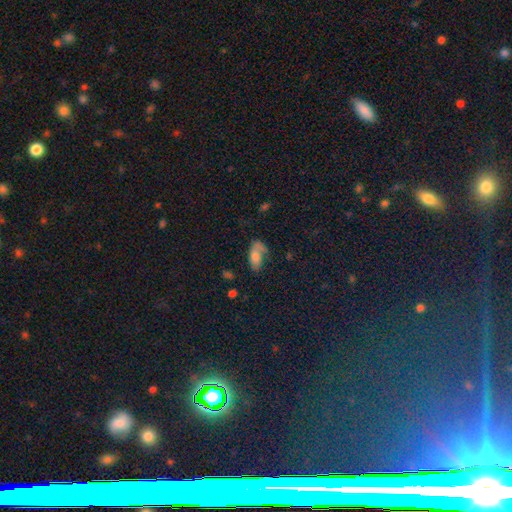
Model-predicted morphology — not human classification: smooth_or_featured: smooth (p=0.65) [alt: featured or disk p=0.25]
how_rounded: in between (p=0.88) [alt: cigar-shaped p=0.08]
merging: none (p=0.40) [alt: minor disturbance p=0.24]